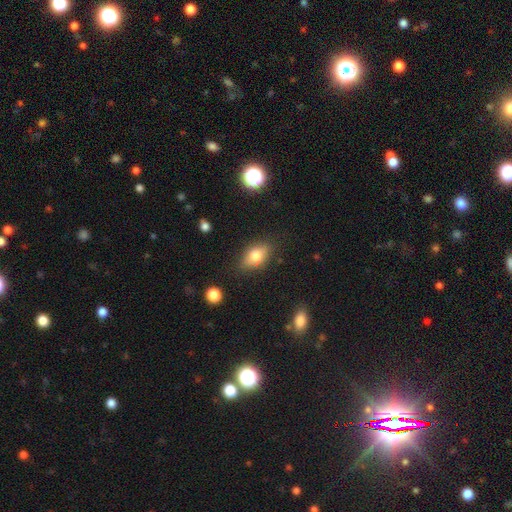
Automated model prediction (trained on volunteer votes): This appears to be a smooth galaxy with no disk features (73%) that is in between round and cigar-shaped (84%). Merging: none (79%).